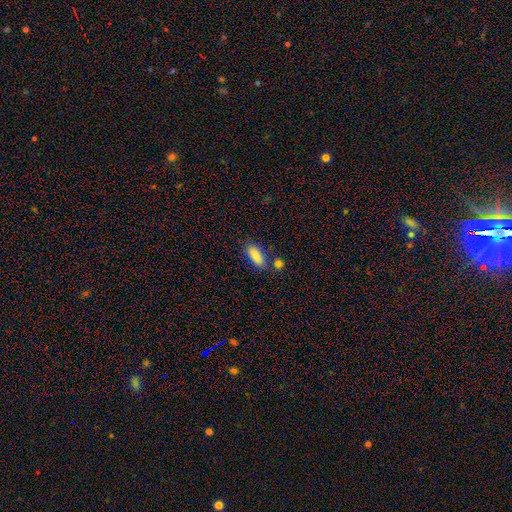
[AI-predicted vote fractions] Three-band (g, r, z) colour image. It shows a smooth galaxy with no disk features (86%) that is in between round and cigar-shaped (84%). Merging: none (70%).